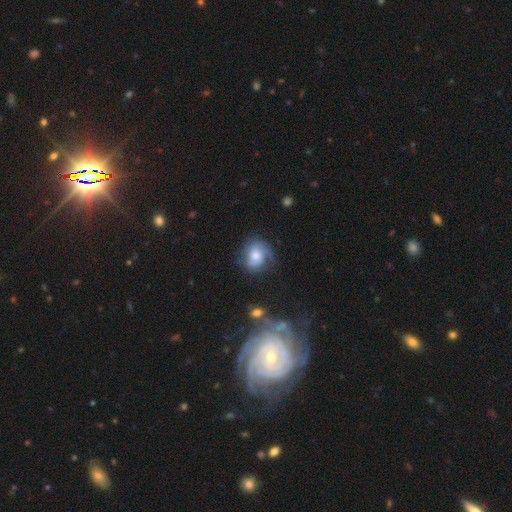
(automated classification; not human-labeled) A featured or disk galaxy (54%) with no bar (68%), spiral arms (83%) and a moderate central bulge (56%). Merging: none (58%).